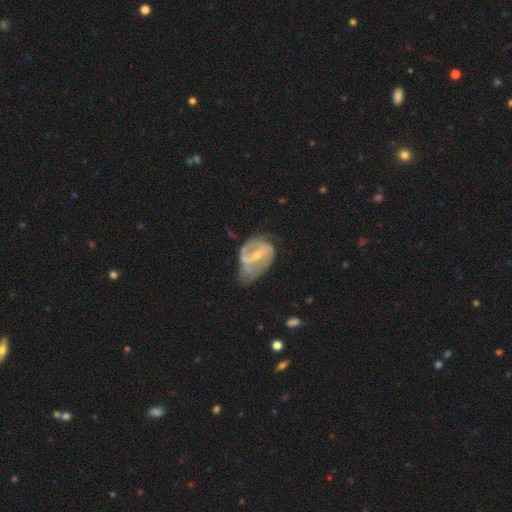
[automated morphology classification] A featured or disk galaxy (75%) with a weak bar (44%), 2 (64%) medium (43%) spiral arms (76%) and a small central bulge (63%).

Vote fractions:
- Smooth or featured? featured or disk: 75% / smooth: 19% / star or artifact: 6%
- Edge-on disk? no: 96% / yes: 4%
- Bar? weak: 44% / strong: 35% / no: 21%
- Spiral arms? yes: 76% / no: 24%
- Spiral winding? medium: 43% / tight: 30% / loose: 27%
- Spiral arm count? 2: 64% / can't tell: 20% / 1: 10% / 3: 4% / 4: 1% / more than 4: 1%
- Bulge size? small: 63% / moderate: 32% / none: 3% / large: 1% / dominant: 1%
- Merging? minor disturbance: 36% / none: 34% / major disturbance: 27% / merger: 3%